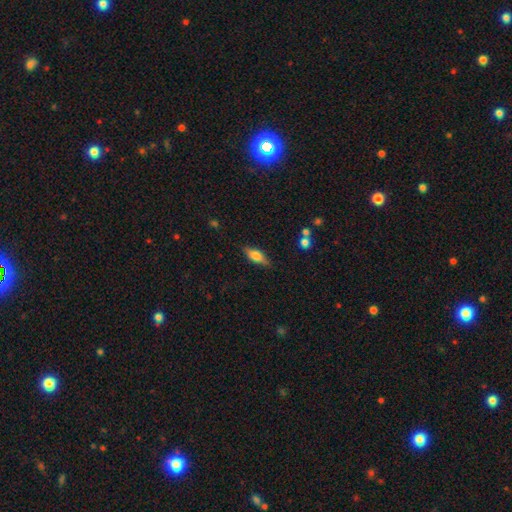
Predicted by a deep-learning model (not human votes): This is likely a smooth galaxy (65%). How rounded: likely in between (68%). Merging: clearly none (83%).